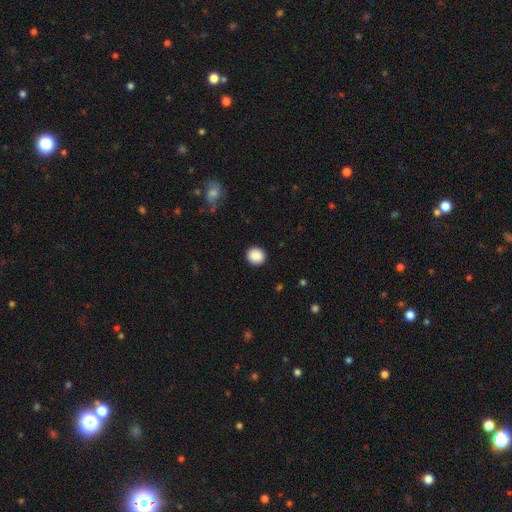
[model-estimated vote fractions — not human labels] Overall: smooth (89%). How rounded: round (89%). Merging: none (92%).